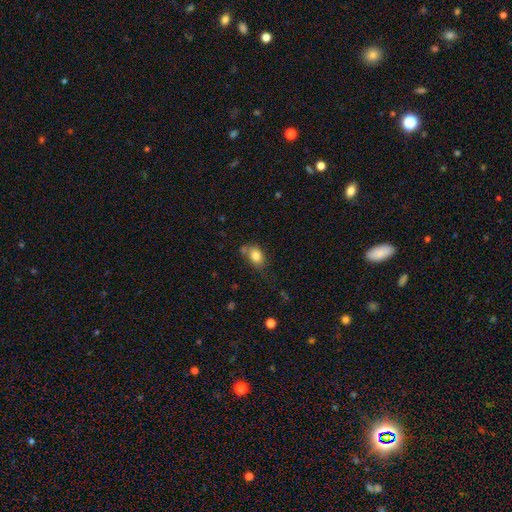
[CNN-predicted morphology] A smooth galaxy with no disk features (82%) that is in between round and cigar-shaped (70%). Merging: none (54%).